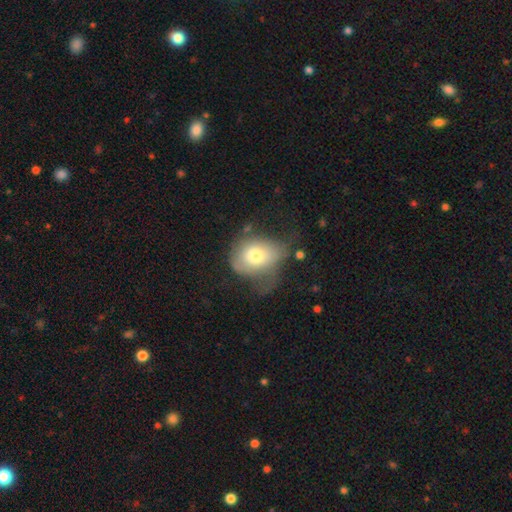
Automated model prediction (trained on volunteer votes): A smooth galaxy with no disk features (66%) that is round (52%). Merging: minor disturbance (34%).